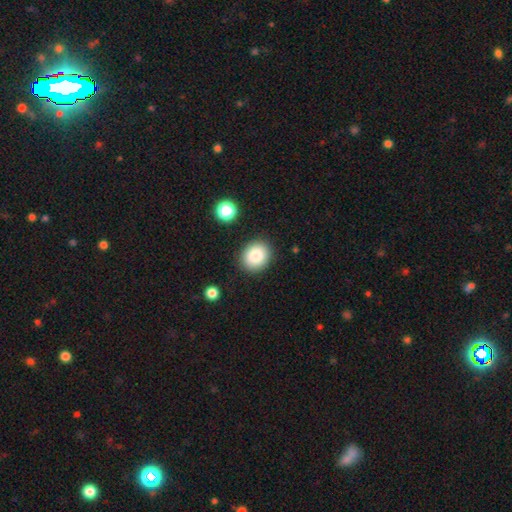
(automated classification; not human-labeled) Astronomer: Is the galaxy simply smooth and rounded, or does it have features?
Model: smooth — 84%.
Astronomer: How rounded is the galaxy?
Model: round — 69%.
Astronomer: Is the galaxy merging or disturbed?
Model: none — 88%.